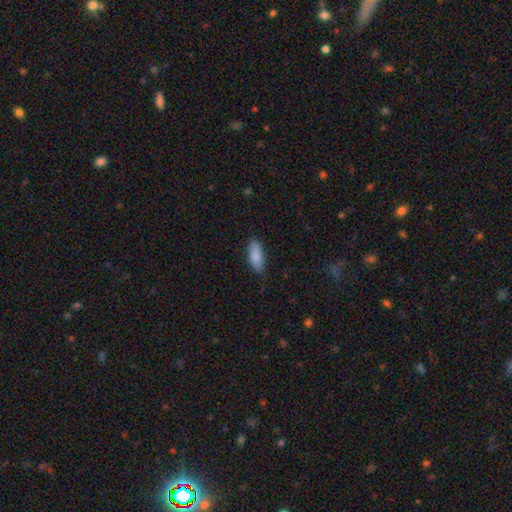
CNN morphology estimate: smooth 87%, featured or disk 7%, star or artifact 6%. Down the decision tree: how rounded — in between (74%); merging — none (80%).